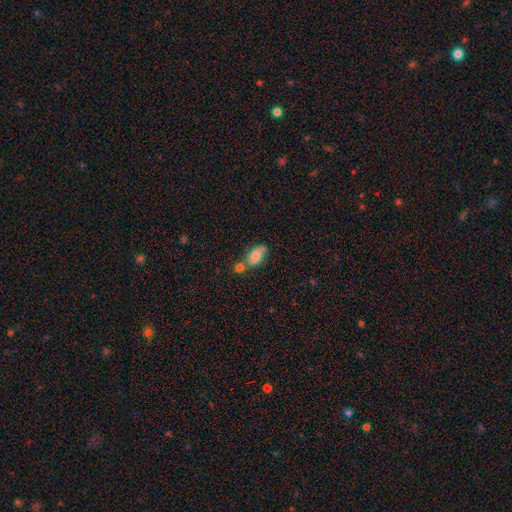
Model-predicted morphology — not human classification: smooth-or-featured: smooth: 54% | featured or disk: 37% | star or artifact: 9%
  how-rounded: in between: 88% | round: 8% | cigar-shaped: 4%
  merging: none: 41% | merger: 35% | minor disturbance: 18% | major disturbance: 7%